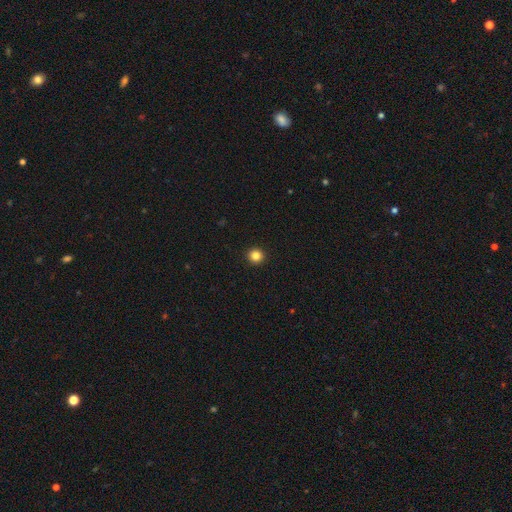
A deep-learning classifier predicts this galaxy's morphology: type=smooth (84%); roundness=round (95%); merging=none (94%).